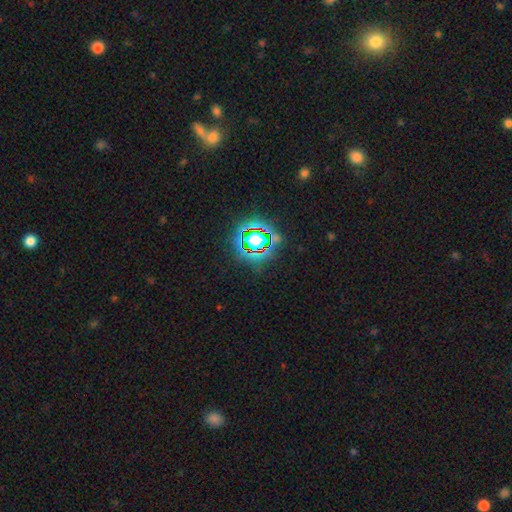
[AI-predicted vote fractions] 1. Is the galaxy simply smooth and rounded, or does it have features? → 74% star or artifact, 18% smooth, 8% featured or disk.